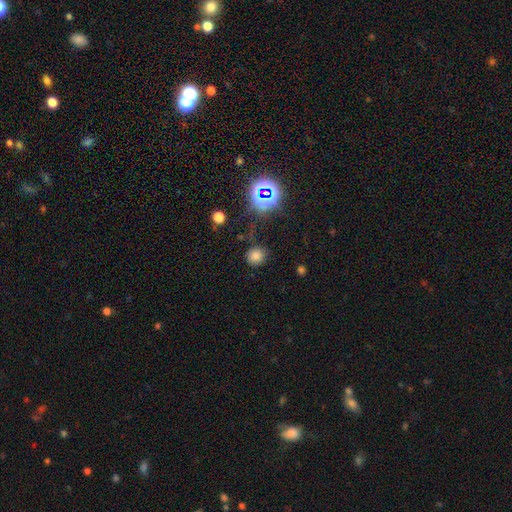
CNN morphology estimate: A smooth galaxy with no disk features (71%) that is round (87%). Merging: none (82%).